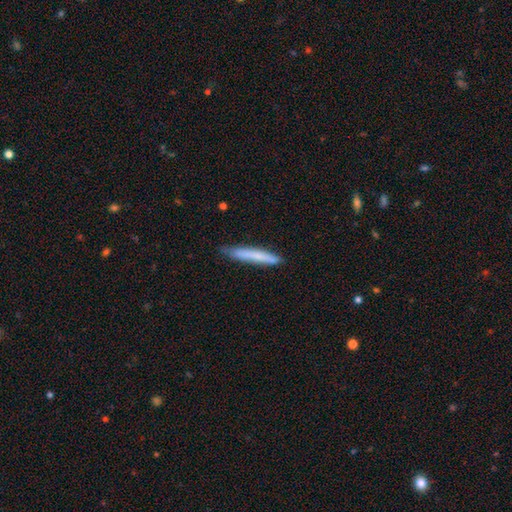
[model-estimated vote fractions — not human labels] Overall: smooth (71%). How rounded: cigar-shaped (95%). Merging: none (82%).